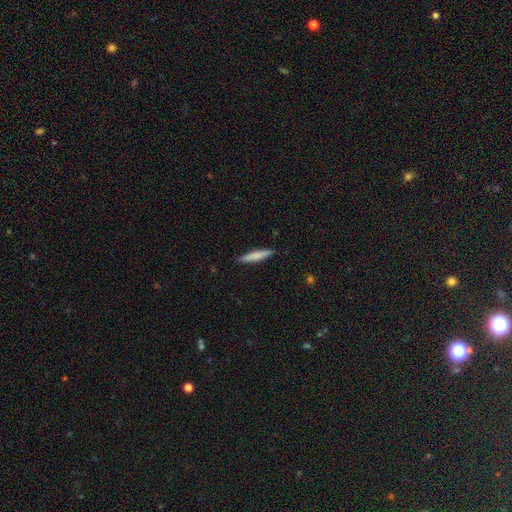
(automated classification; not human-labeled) Smooth or featured: smooth — 74% (featured or disk — 20%)
How rounded: cigar-shaped — 89% (in between — 9%)
Merging: none — 89% (minor disturbance — 8%)